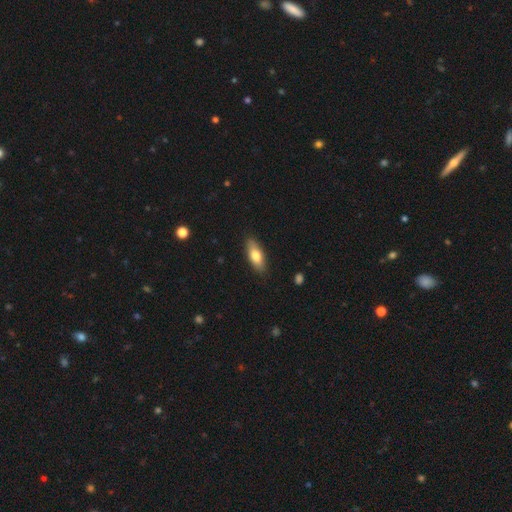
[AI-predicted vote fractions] This appears to be a smooth galaxy with no disk features (75%) that is in between round and cigar-shaped (74%). Merging: none (87%).